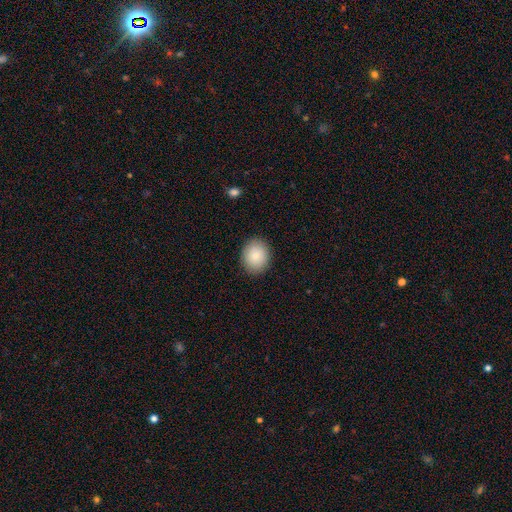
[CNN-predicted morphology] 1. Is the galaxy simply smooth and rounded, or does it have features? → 87% smooth, 7% star or artifact, 6% featured or disk.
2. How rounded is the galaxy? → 60% round, 39% in between, 1% cigar-shaped.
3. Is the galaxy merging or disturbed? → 89% none, 8% minor disturbance, 2% major disturbance, 1% merger.